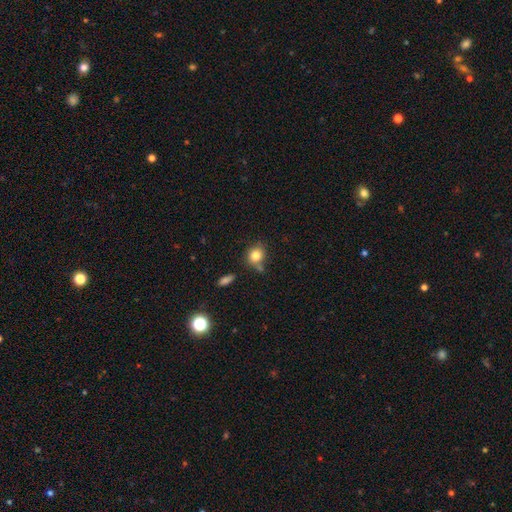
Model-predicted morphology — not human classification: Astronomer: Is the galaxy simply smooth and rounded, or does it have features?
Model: smooth — 81%.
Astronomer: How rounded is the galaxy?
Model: round — 77%.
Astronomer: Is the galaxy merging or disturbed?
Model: none — 67%.